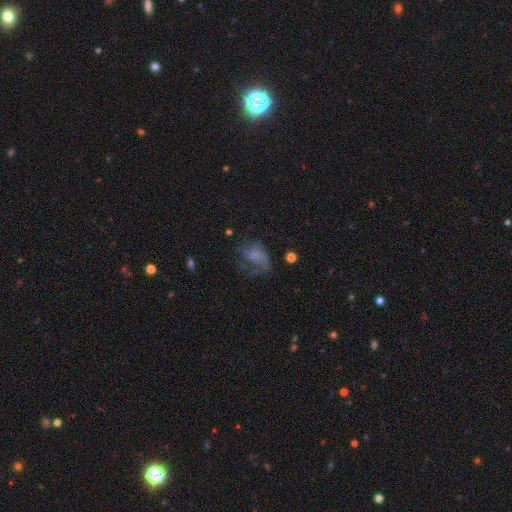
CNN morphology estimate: smooth-or-featured: smooth: 45% | featured or disk: 40% | star or artifact: 15%
  merging: major disturbance: 43% | none: 32% | minor disturbance: 22% | merger: 3%